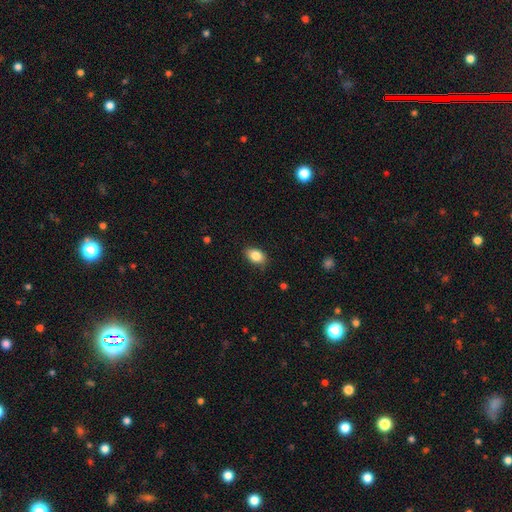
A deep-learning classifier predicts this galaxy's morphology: A smooth galaxy with no disk features (85%) that is in between round and cigar-shaped (85%). Merging: none (83%).